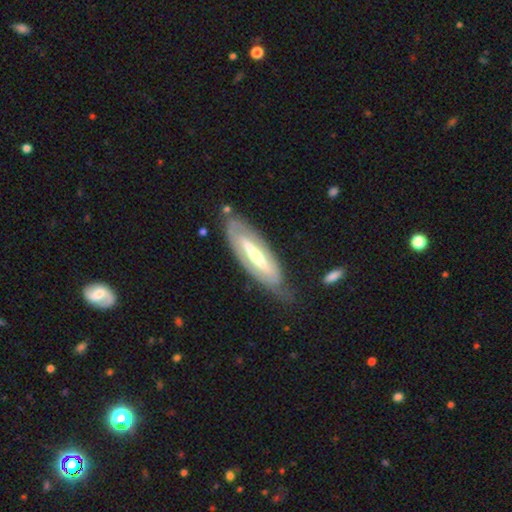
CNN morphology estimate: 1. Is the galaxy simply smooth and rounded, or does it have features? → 70% featured or disk, 24% smooth, 7% star or artifact.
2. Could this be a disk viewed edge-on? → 61% no, 39% yes.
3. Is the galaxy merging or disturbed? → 73% none, 19% minor disturbance, 6% major disturbance, 2% merger.